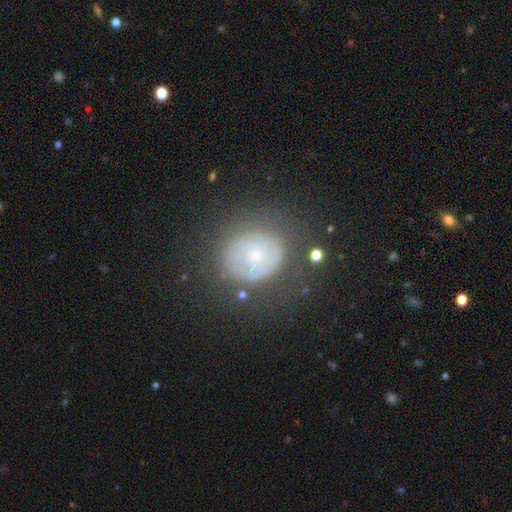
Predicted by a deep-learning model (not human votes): This is likely a featured or disk galaxy (61%). It is clearly not viewed edge-on (97%). Bar: likely no (78%). Spiral arm pattern: possibly yes (56%). Central bulge: possibly small (56%). Merging: likely none (60%).